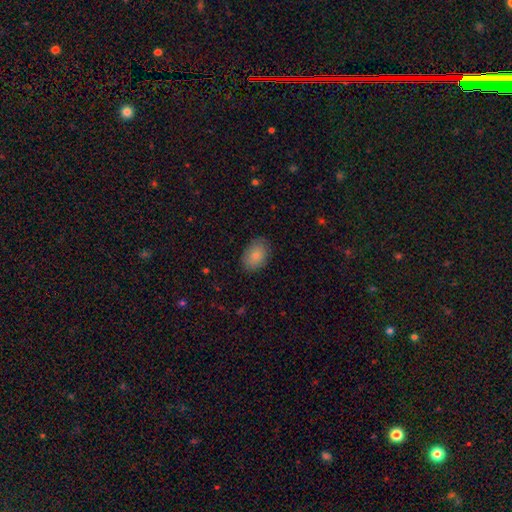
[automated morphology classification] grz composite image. It shows a smooth galaxy with no disk features (84%) that is in between round and cigar-shaped (81%). Merging: none (84%).